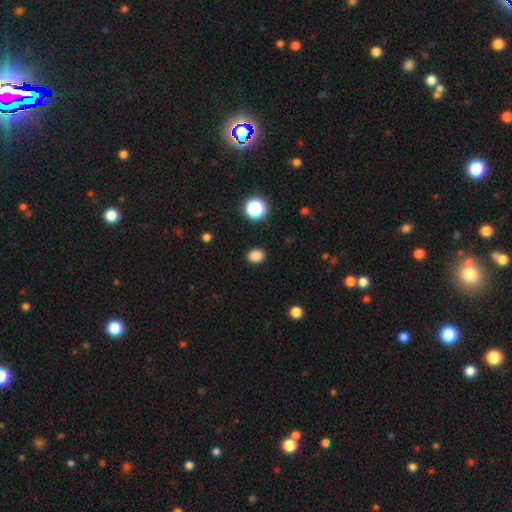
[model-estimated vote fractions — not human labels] A smooth galaxy with no disk features (85%) that is in between round and cigar-shaped (60%).

Vote fractions:
- Smooth or featured? smooth: 85% / star or artifact: 12% / featured or disk: 3%
- How rounded? in between: 60% / round: 39% / cigar-shaped: 1%
- Merging? none: 89% / minor disturbance: 7% / major disturbance: 2% / merger: 1%